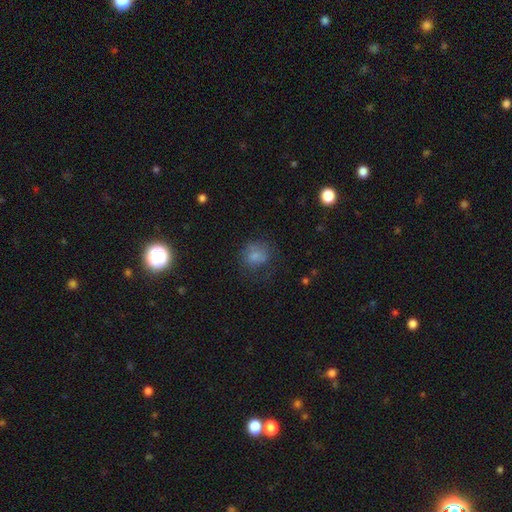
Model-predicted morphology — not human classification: smooth_or_featured: smooth (p=0.73) [alt: featured or disk p=0.14]
how_rounded: round (p=0.74) [alt: in between p=0.25]
merging: none (p=0.57) [alt: minor disturbance p=0.22]